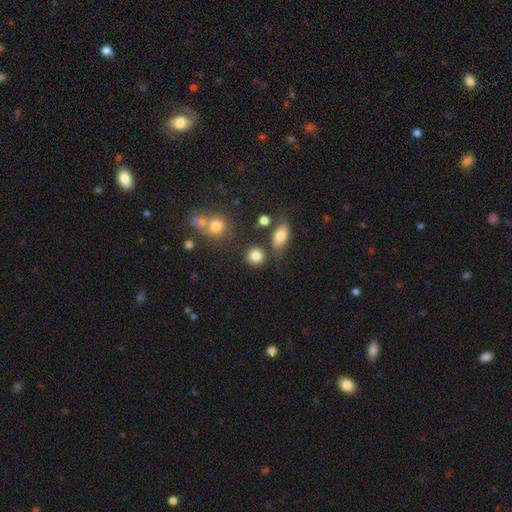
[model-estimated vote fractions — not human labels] A smooth galaxy with no disk features (83%) that is round (83%).

Vote fractions:
- Smooth or featured? smooth: 83% / star or artifact: 11% / featured or disk: 6%
- How rounded? round: 83% / in between: 16% / cigar-shaped: 2%
- Merging? none: 75% / minor disturbance: 11% / merger: 9% / major disturbance: 4%